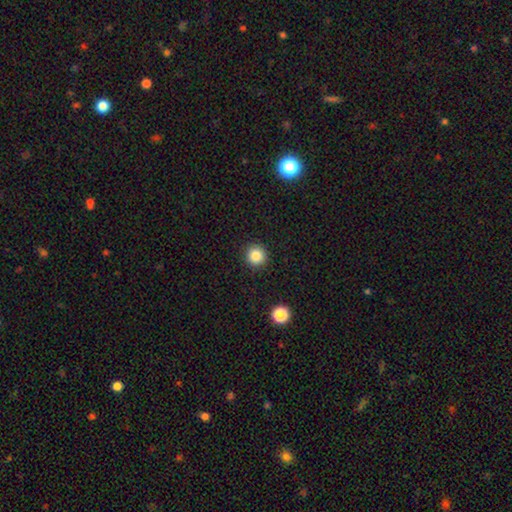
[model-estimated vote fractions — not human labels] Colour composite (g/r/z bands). It shows a smooth galaxy with no disk features (85%) that is round (95%). Merging: none (92%).